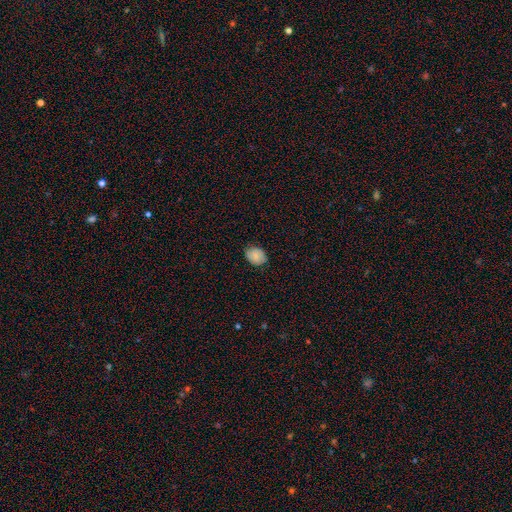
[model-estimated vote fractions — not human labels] Q: Smooth or featured?
A: smooth (84%); runner-up: featured or disk (8%)
Q: How rounded?
A: in between (56%); runner-up: round (44%)
Q: Merging?
A: none (83%); runner-up: minor disturbance (14%)